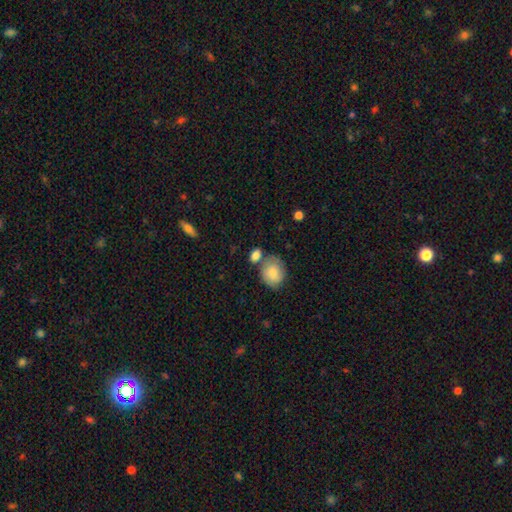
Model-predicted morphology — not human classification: Overall: smooth (81%). How rounded: in between (57%; round 40%). Merging: none (54%; merger 26%).